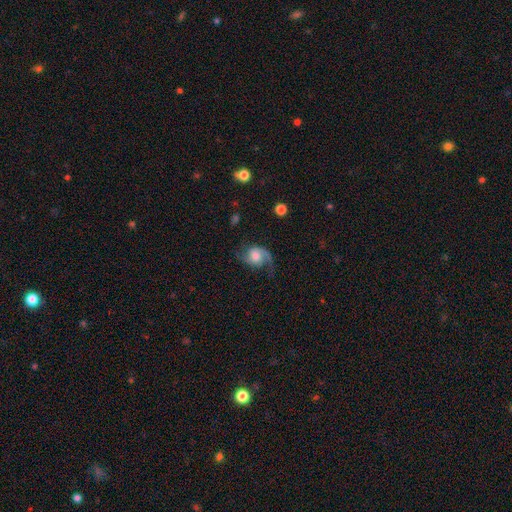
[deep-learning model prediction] Overall: featured or disk (73%). Edge-on disk: no (97%). Bar: no (63%; weak 32%). Spiral arms: yes (95%). Spiral arm count: 2 (61%; 1 33%). Spiral winding: loose (48%; medium 39%). Bulge size: moderate (43%; large 29%). Merging: none (54%; minor disturbance 22%).